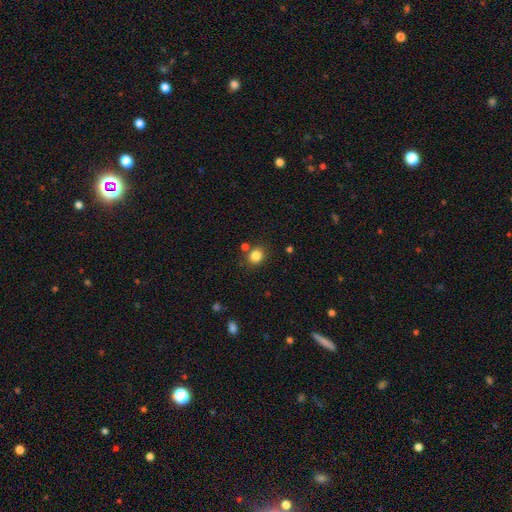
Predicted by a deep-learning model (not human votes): A smooth galaxy with no disk features (83%) that is round (76%).

Vote fractions:
- Smooth or featured? smooth: 83% / star or artifact: 12% / featured or disk: 5%
- How rounded? round: 76% / in between: 23% / cigar-shaped: 1%
- Merging? none: 79% / minor disturbance: 10% / merger: 9% / major disturbance: 3%